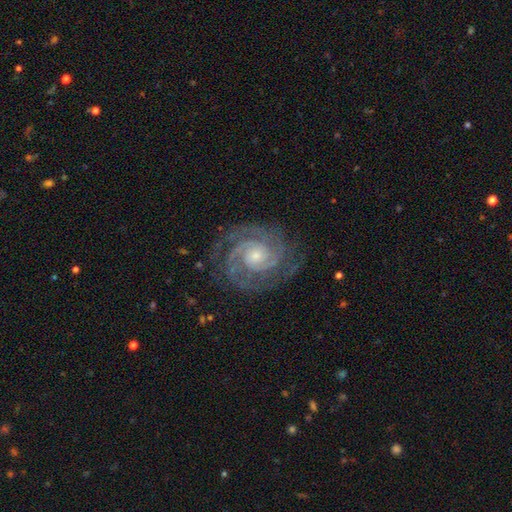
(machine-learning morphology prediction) Smooth or featured: featured or disk — 92% (star or artifact — 5%)
Edge-on disk: no — 98% (yes — 2%)
Bar: no — 71% (weak — 23%)
Spiral arms: yes — 98% (no — 2%)
Spiral winding: tight — 73% (medium — 25%)
Spiral arm count: 2 — 45% (3 — 26%)
Bulge size: small — 58% (moderate — 35%)
Merging: none — 79% (minor disturbance — 14%)